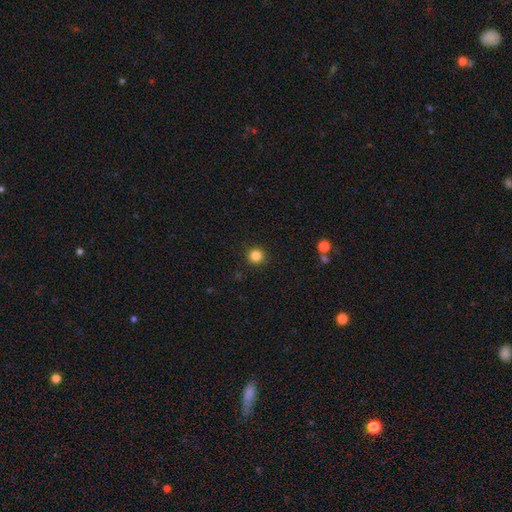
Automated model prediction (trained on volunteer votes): Morphology: type=smooth (85%); roundness=round (95%); merging=none (92%).